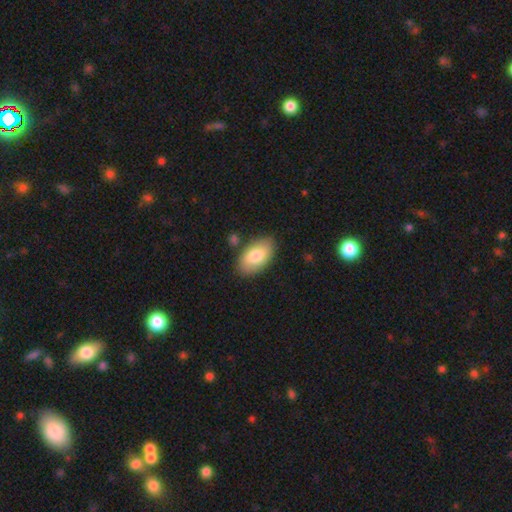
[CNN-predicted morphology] smooth_or_featured: smooth (p=0.80) [alt: featured or disk p=0.14]
how_rounded: in between (p=0.95) [alt: round p=0.04]
merging: none (p=0.81) [alt: minor disturbance p=0.12]